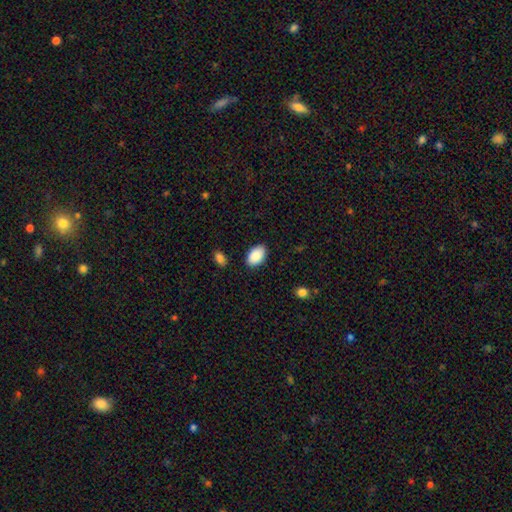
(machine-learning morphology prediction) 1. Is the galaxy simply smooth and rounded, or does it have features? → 90% smooth, 6% star or artifact, 4% featured or disk.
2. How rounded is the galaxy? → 92% in between, 7% round, 1% cigar-shaped.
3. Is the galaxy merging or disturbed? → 86% none, 10% minor disturbance, 2% major disturbance, 2% merger.